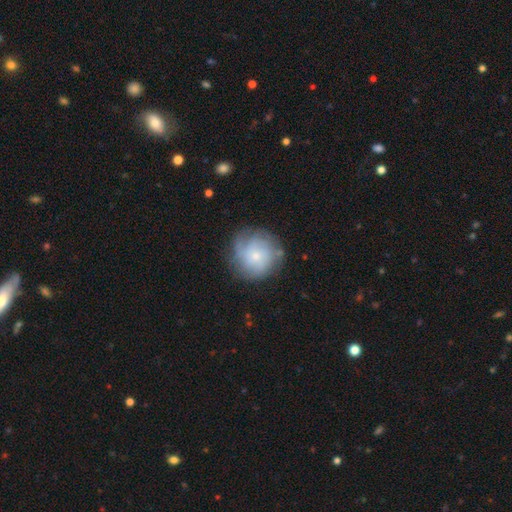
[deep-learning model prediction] Q: Smooth or featured?
A: featured or disk (49%); runner-up: smooth (42%)
Q: Merging?
A: none (72%); runner-up: minor disturbance (18%)